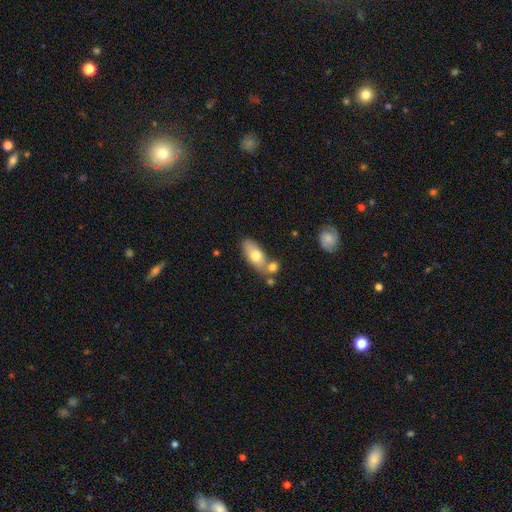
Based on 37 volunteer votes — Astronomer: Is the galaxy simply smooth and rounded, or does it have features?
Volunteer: smooth — 78%.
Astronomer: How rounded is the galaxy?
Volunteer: in between — 90%.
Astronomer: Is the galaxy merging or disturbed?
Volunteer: merger — 51% (runner-up: none, 30%).